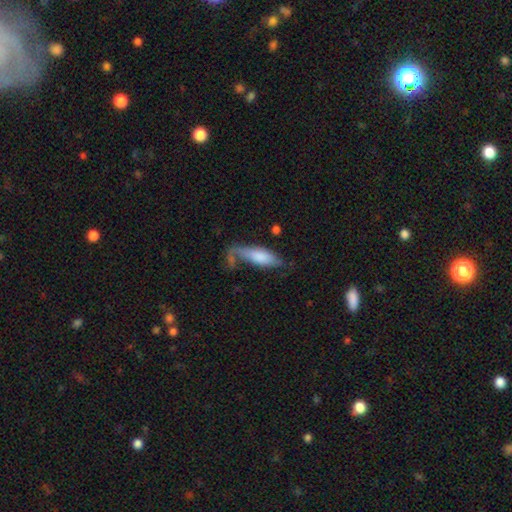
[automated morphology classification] smooth 68%, featured or disk 25%, star or artifact 7%. Down the decision tree: how rounded — in between (50%); merging — none (41%).